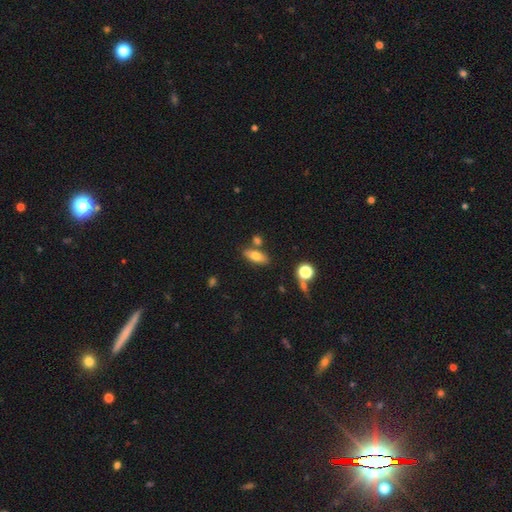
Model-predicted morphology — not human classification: Smooth or featured: smooth — 70% (featured or disk — 21%)
How rounded: in between — 75% (cigar-shaped — 20%)
Merging: none — 73% (minor disturbance — 12%)